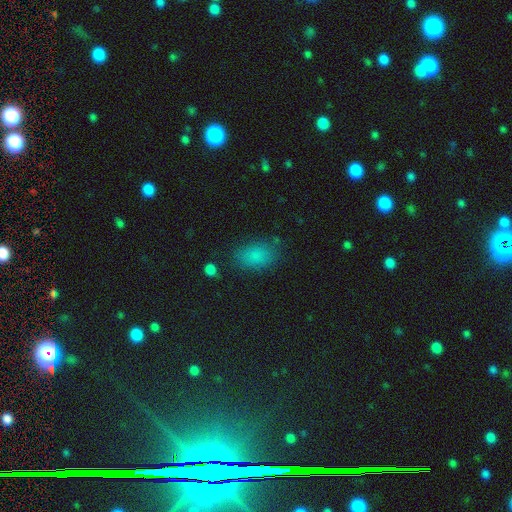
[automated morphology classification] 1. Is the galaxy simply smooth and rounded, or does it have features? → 81% smooth, 13% star or artifact, 6% featured or disk.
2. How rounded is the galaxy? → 87% in between, 11% round, 2% cigar-shaped.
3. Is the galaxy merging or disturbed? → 76% none, 16% minor disturbance, 5% major disturbance, 2% merger.